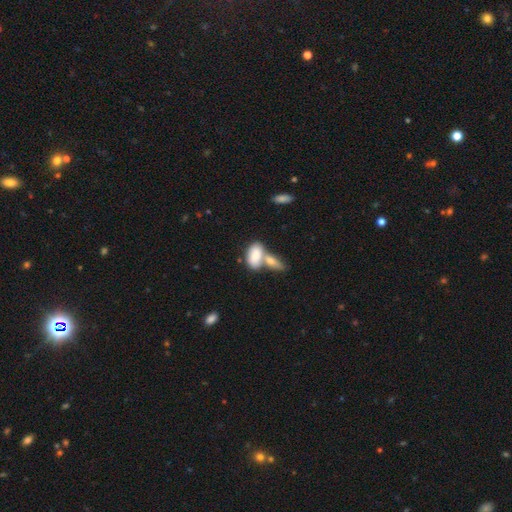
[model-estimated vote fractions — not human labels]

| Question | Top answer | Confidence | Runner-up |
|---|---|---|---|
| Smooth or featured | smooth | 82% | featured or disk (12%) |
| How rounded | in between | 92% | cigar-shaped (4%) |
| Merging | merger | 60% | none (27%) |